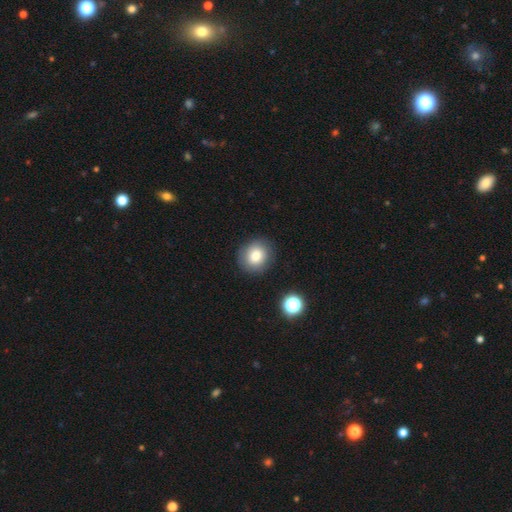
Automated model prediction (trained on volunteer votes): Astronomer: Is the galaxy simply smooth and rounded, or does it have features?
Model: smooth — 81%.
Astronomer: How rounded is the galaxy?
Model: round — 82%.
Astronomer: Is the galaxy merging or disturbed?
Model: none — 86%.